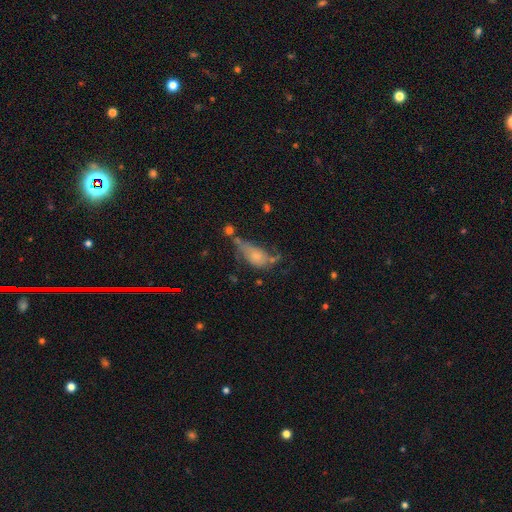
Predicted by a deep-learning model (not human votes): smooth 58%, featured or disk 32%, star or artifact 10%. Down the decision tree: how rounded — in between (85%); merging — none (32%).